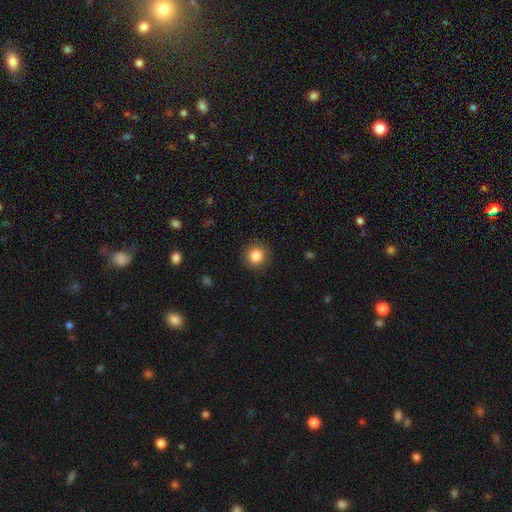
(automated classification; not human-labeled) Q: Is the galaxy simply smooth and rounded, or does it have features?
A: smooth — 85%.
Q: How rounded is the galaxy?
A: round — 93%.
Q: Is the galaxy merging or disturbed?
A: none — 90%.